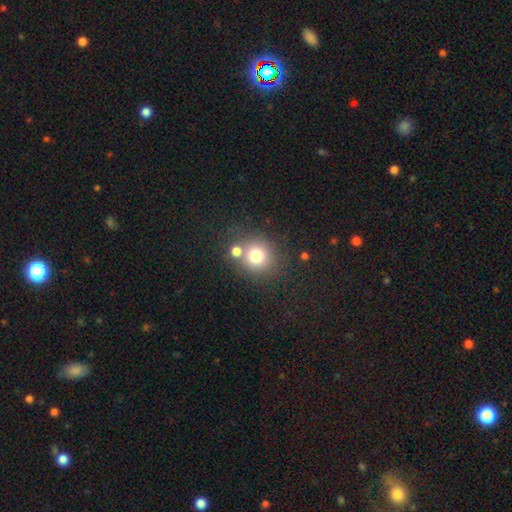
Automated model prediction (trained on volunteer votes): smooth-or-featured: smooth: 75% | star or artifact: 14% | featured or disk: 11%
  how-rounded: round: 88% | in between: 11% | cigar-shaped: 1%
  merging: none: 61% | merger: 26% | minor disturbance: 9% | major disturbance: 4%